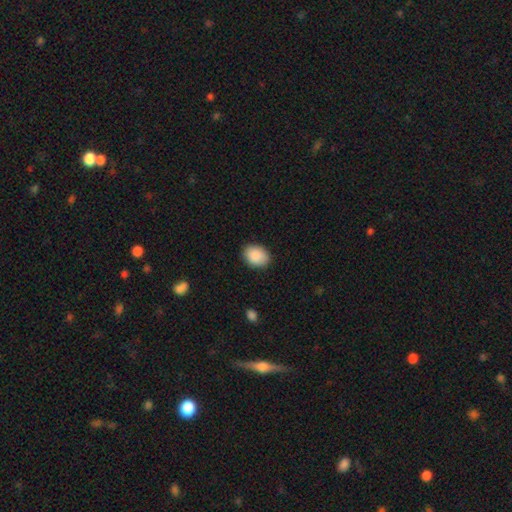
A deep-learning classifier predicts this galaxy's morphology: A smooth galaxy with no disk features (90%) that is in between round and cigar-shaped (66%). Merging: none (88%).